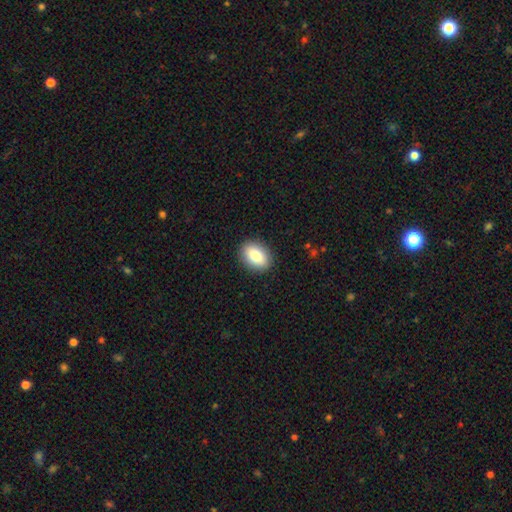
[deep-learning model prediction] Morphology: type=smooth (85%); roundness=in between (85%); merging=none (89%).